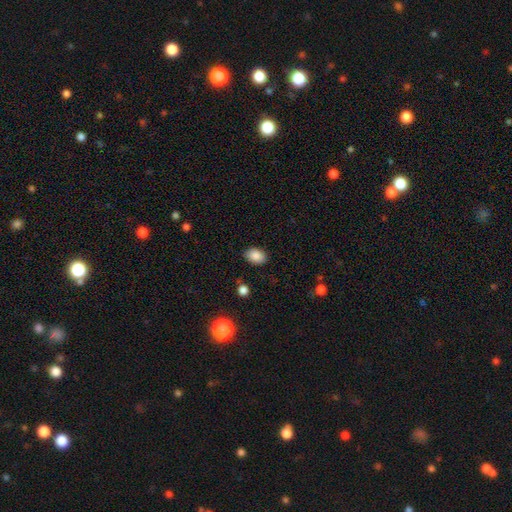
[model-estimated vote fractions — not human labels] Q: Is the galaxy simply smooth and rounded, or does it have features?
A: smooth — 87%.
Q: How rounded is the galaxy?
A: in between — 81%.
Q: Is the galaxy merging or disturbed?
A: none — 87%.